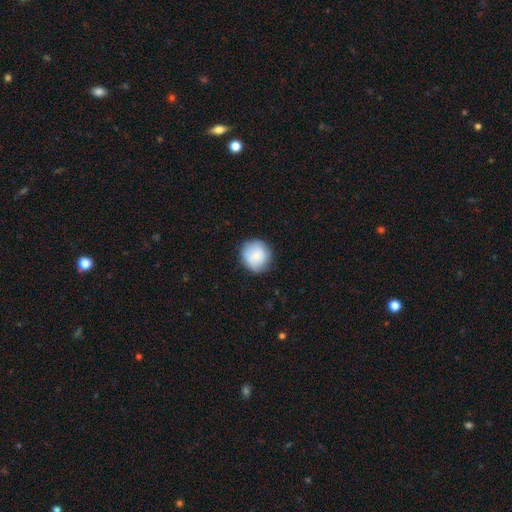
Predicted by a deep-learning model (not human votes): This is clearly a smooth galaxy (84%). How rounded: clearly round (91%). Merging: clearly none (83%).